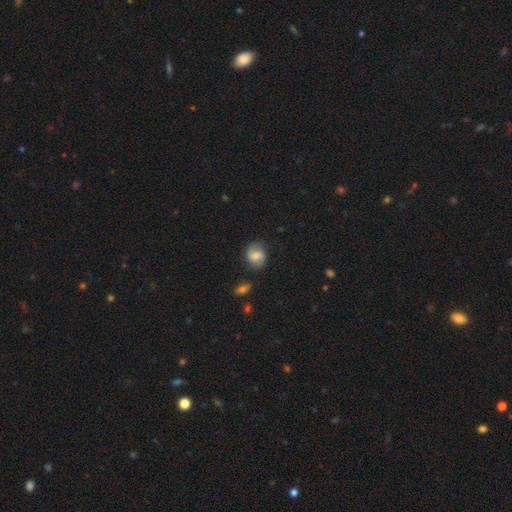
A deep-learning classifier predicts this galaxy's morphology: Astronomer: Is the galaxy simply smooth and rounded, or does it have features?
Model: smooth — 53% (runner-up: featured or disk, 38%).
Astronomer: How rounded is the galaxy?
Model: round — 58% (runner-up: in between, 41%).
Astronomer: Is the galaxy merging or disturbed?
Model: none — 70%.